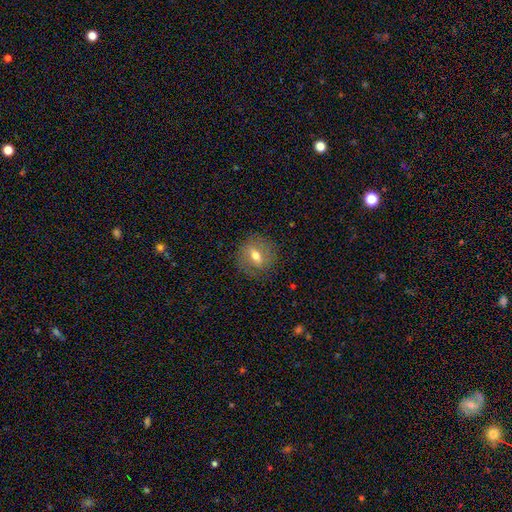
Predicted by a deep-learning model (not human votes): Overall: smooth (52%; featured or disk 38%). How rounded: round (67%; in between 31%). Merging: none (82%).